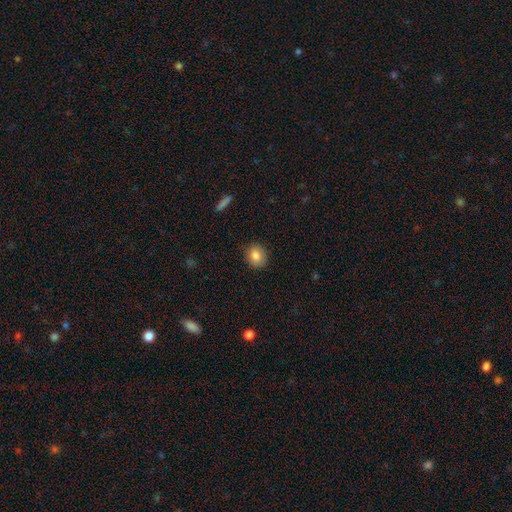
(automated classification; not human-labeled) smooth 84%, star or artifact 9%, featured or disk 7%. Down the decision tree: how rounded — round (65%); merging — none (88%).